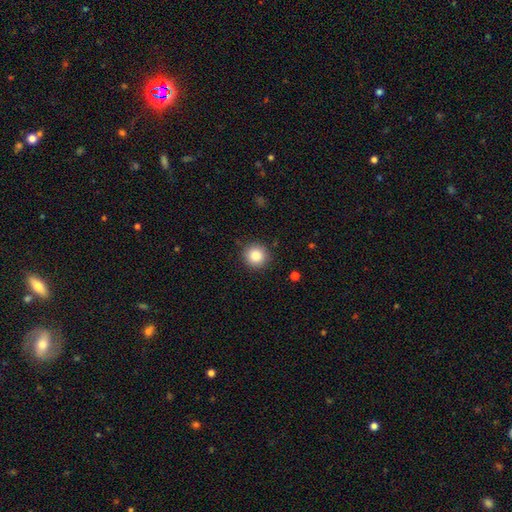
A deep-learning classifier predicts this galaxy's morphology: Smooth or featured: smooth — 86% (star or artifact — 9%)
How rounded: round — 94% (in between — 5%)
Merging: none — 89% (minor disturbance — 8%)